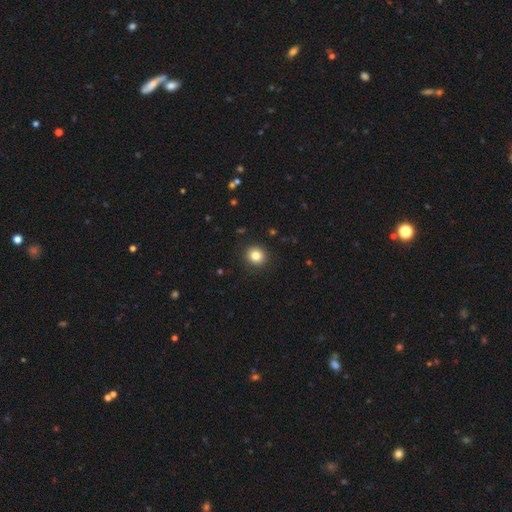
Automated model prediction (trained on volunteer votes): Smooth or featured: smooth — 83% (star or artifact — 11%)
How rounded: round — 89% (in between — 10%)
Merging: none — 92% (minor disturbance — 6%)